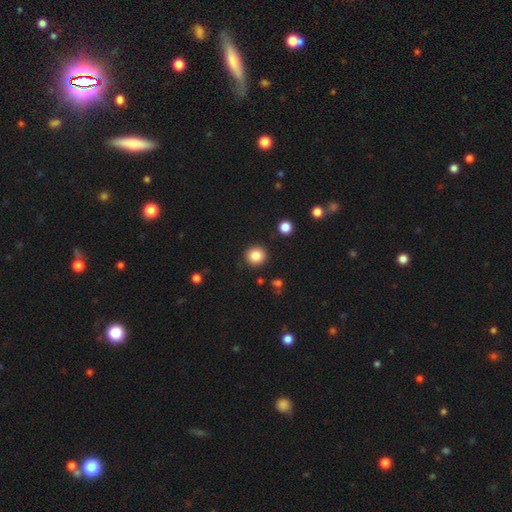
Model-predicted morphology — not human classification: type=smooth (85%); roundness=round (93%); merging=none (91%).